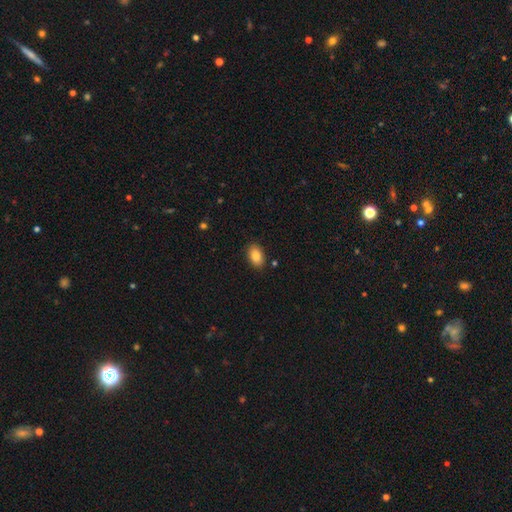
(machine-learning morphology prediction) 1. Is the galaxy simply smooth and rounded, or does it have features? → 86% smooth, 8% star or artifact, 6% featured or disk.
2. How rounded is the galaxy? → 90% in between, 9% round, 1% cigar-shaped.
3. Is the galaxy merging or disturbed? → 87% none, 10% minor disturbance, 2% major disturbance, 2% merger.